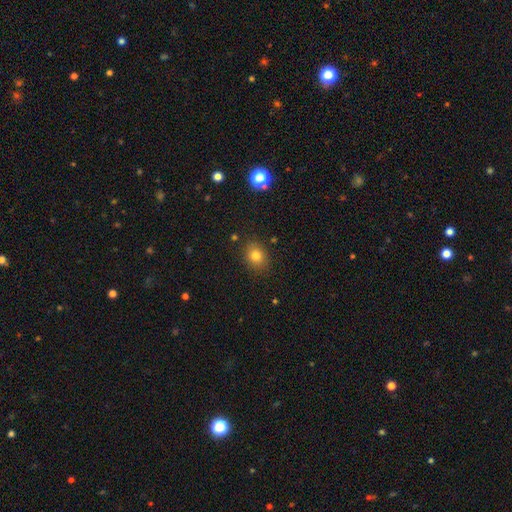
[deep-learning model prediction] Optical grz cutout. It shows a smooth galaxy with no disk features (79%) that is round (57%). Merging: none (85%).